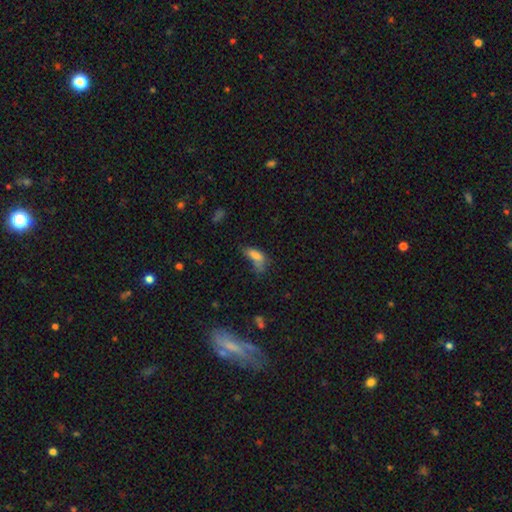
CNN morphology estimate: smooth 74%, featured or disk 14%, star or artifact 12%. Down the decision tree: how rounded — in between (77%); merging — major disturbance (31%).